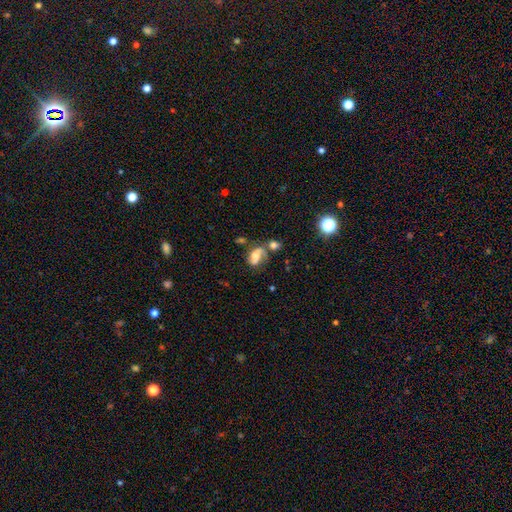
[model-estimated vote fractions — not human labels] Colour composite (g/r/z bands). It shows a featured or disk galaxy (52%) with no bar (57%), spiral arms (78%) and a moderate central bulge (52%). Merging: none (36%).